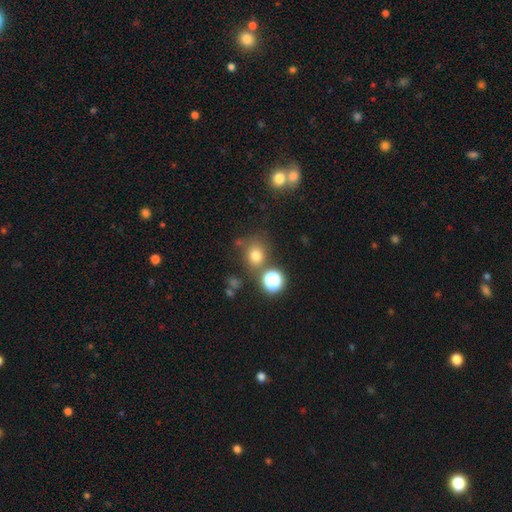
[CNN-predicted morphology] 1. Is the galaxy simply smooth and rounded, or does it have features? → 73% smooth, 19% star or artifact, 9% featured or disk.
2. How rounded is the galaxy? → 75% round, 24% in between, 1% cigar-shaped.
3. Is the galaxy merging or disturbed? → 69% none, 13% minor disturbance, 13% merger, 6% major disturbance.